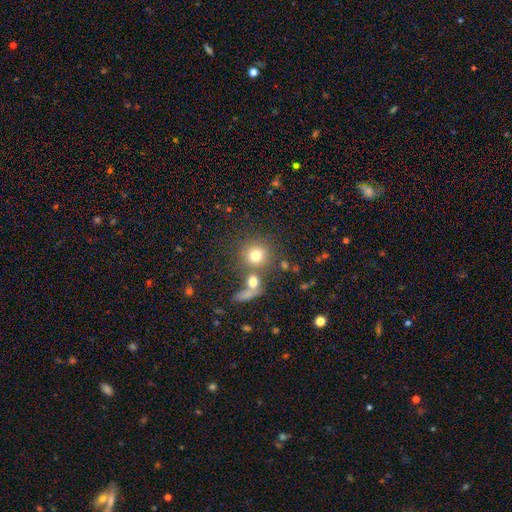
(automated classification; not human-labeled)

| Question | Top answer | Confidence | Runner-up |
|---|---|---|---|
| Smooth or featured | smooth | 75% | star or artifact (13%) |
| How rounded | round | 89% | in between (10%) |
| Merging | none | 63% | merger (22%) |